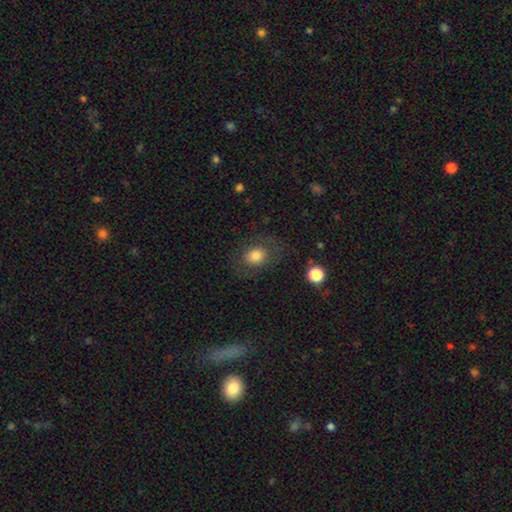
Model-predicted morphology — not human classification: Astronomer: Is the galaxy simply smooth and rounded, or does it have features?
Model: smooth — 78%.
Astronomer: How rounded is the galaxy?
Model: round — 58% (runner-up: in between, 41%).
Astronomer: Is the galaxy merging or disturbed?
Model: none — 76%.